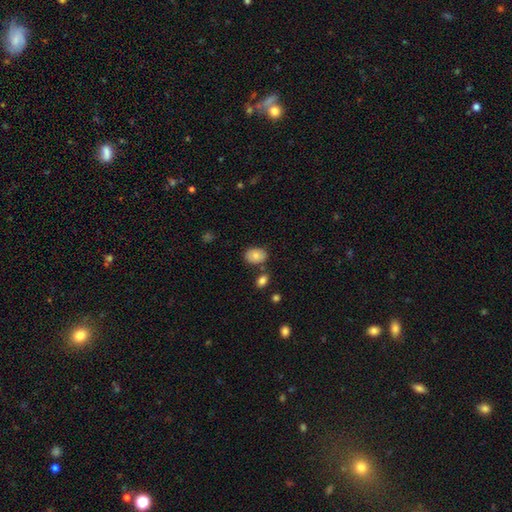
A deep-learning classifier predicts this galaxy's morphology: type=smooth (82%); roundness=in between (76%); merging=none (73%).